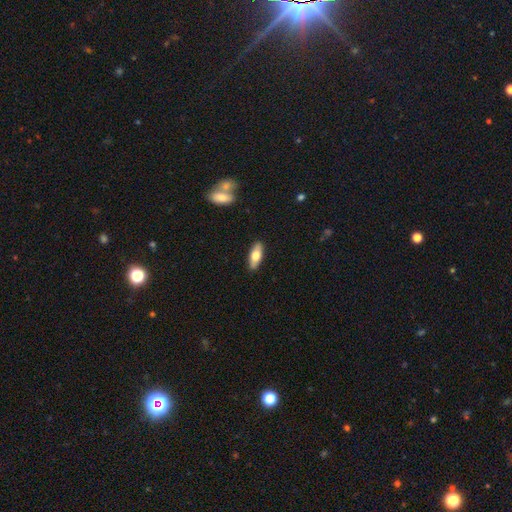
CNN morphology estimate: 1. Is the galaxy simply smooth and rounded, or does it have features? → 65% smooth, 29% featured or disk, 6% star or artifact.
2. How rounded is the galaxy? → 71% in between, 27% cigar-shaped, 3% round.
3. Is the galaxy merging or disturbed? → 89% none, 8% minor disturbance, 2% major disturbance, 1% merger.